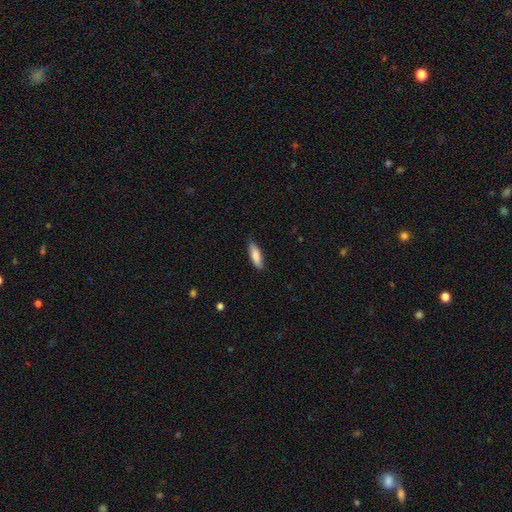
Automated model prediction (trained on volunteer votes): This appears to be a smooth galaxy with no disk features (84%) that is cigar-shaped (51%). Merging: none (81%).